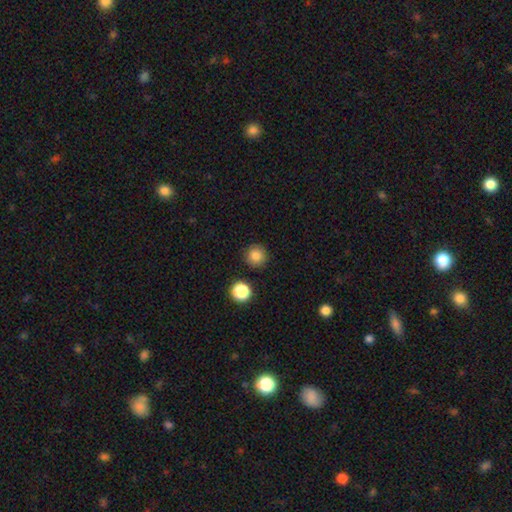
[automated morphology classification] smooth_or_featured: smooth (p=0.83) [alt: star or artifact p=0.12]
how_rounded: round (p=0.95) [alt: in between p=0.04]
merging: none (p=0.90) [alt: minor disturbance p=0.06]